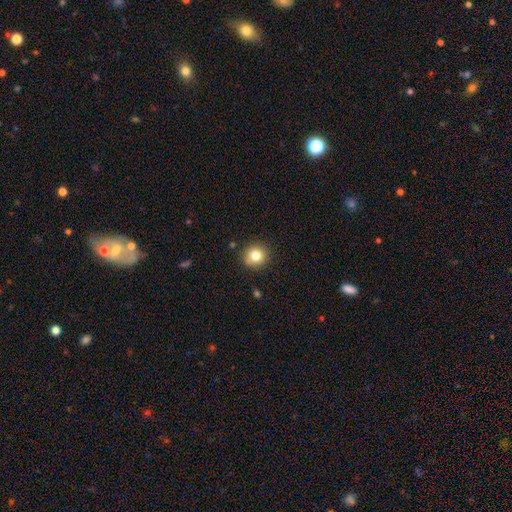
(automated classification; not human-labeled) smooth 82%, star or artifact 11%, featured or disk 7%. Down the decision tree: how rounded — round (89%); merging — none (87%).